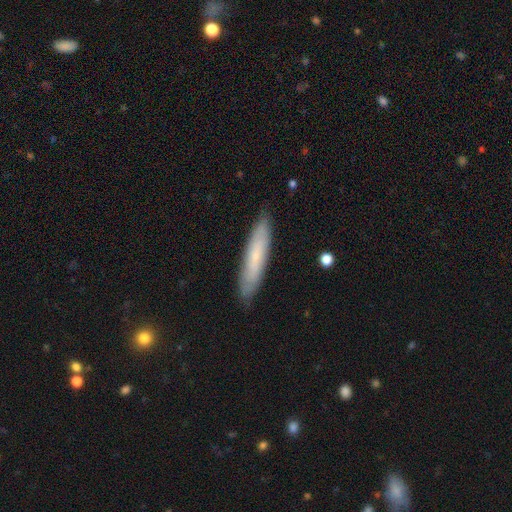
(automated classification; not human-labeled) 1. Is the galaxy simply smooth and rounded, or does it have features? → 65% smooth, 28% featured or disk, 6% star or artifact.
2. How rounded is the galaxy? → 84% cigar-shaped, 15% in between, 1% round.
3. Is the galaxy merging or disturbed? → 87% none, 10% minor disturbance, 2% major disturbance, 1% merger.